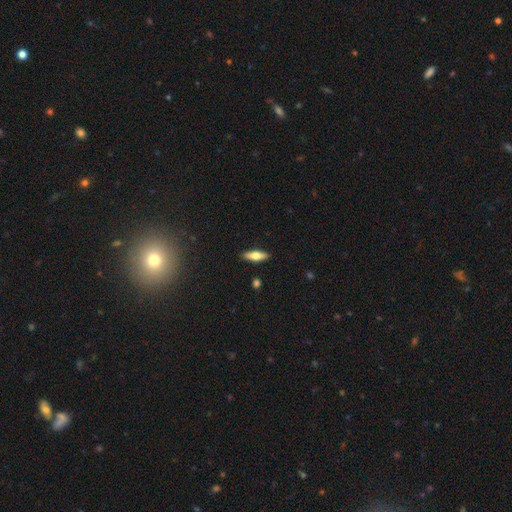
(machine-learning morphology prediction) smooth_or_featured: smooth (p=0.56) [alt: featured or disk p=0.38]
how_rounded: in between (p=0.50) [alt: cigar-shaped p=0.48]
merging: none (p=0.89) [alt: minor disturbance p=0.08]